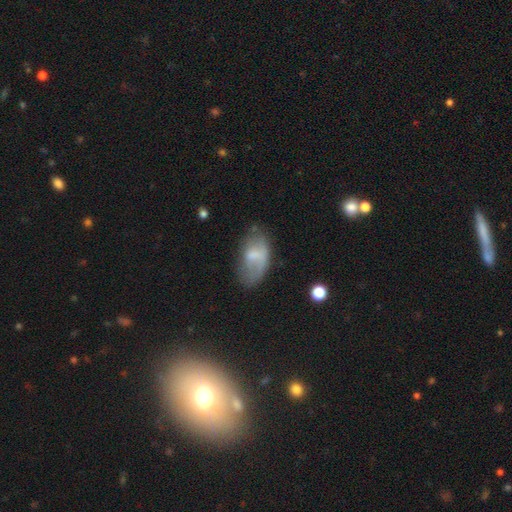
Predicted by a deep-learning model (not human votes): Smooth or featured? smooth (59%)
How rounded? in between (93%)
Merging? none (52%)